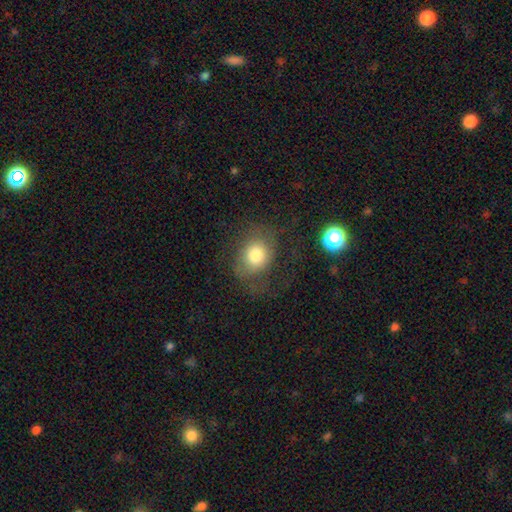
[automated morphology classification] Q: Smooth or featured?
A: smooth (58%); runner-up: star or artifact (23%)
Q: How rounded?
A: round (66%); runner-up: in between (32%)
Q: Merging?
A: none (78%); runner-up: minor disturbance (13%)